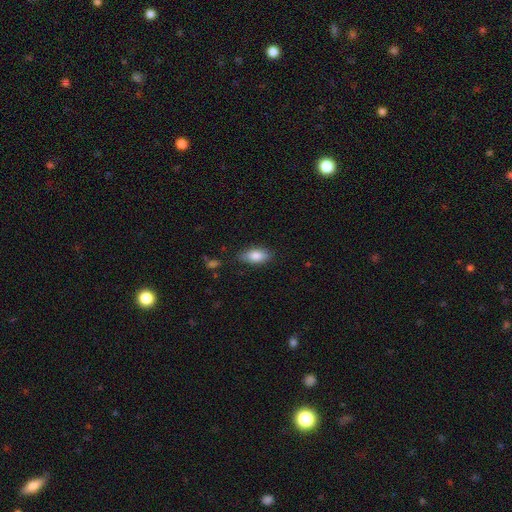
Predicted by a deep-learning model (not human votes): smooth 83%, featured or disk 10%, star or artifact 7%. Down the decision tree: how rounded — in between (86%); merging — none (81%).